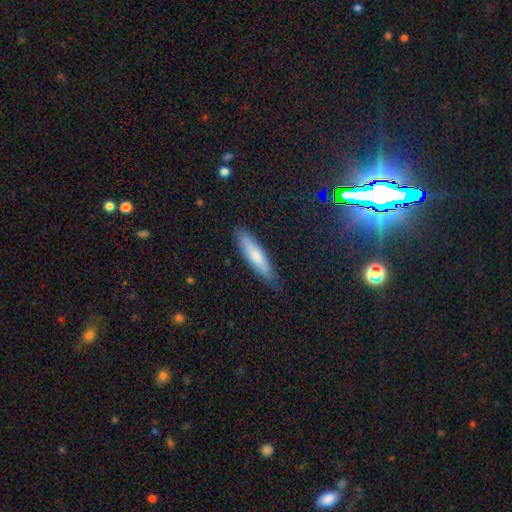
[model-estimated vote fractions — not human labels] This appears to be a smooth galaxy with no disk features (71%) that is cigar-shaped (79%). Merging: none (81%).